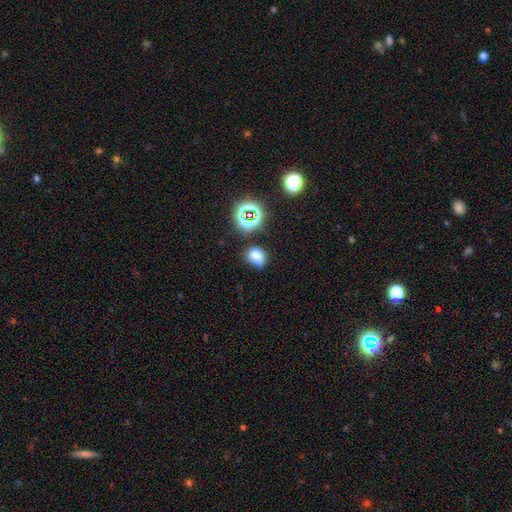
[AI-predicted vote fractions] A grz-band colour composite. It shows a smooth galaxy with no disk features (70%) that is round (54%). Merging: none (65%).